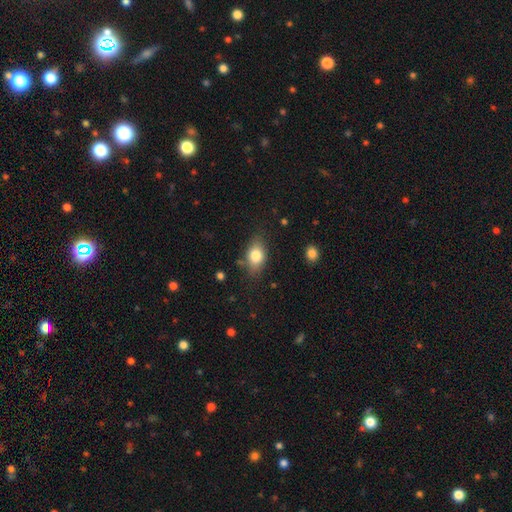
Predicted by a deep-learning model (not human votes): Overall: smooth (79%). How rounded: in between (80%). Merging: none (76%).